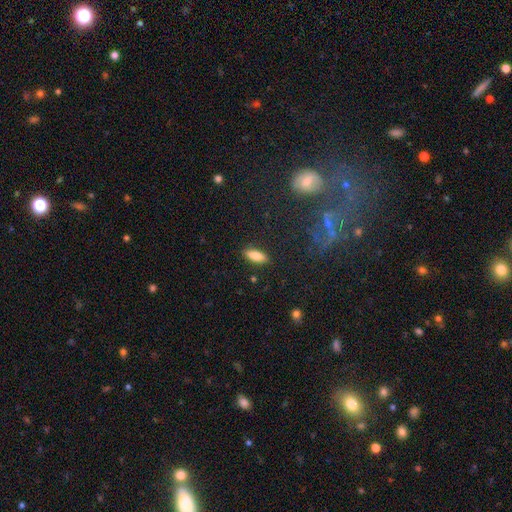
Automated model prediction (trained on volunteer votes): Smooth or featured? smooth (81%)
How rounded? in between (68%)
Merging? none (87%)